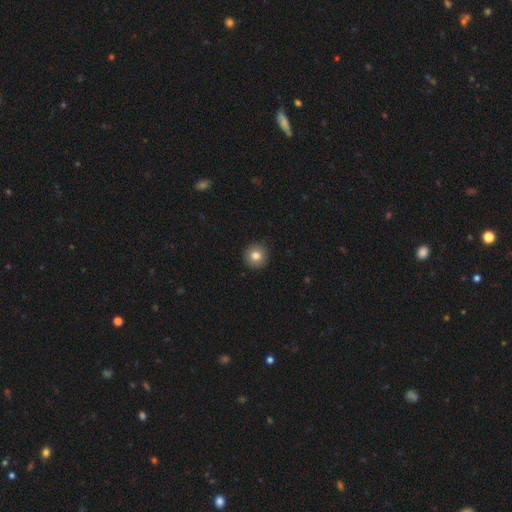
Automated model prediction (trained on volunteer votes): smooth-or-featured: smooth: 81% | star or artifact: 10% | featured or disk: 9%
  how-rounded: round: 95% | in between: 4% | cigar-shaped: 1%
  merging: none: 92% | minor disturbance: 5% | major disturbance: 1% | merger: 1%